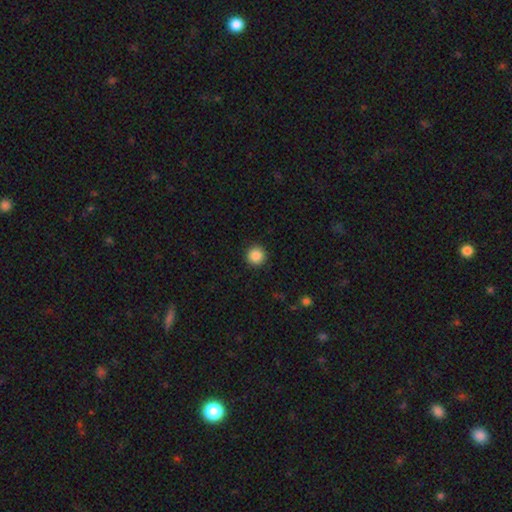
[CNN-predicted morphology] Smooth or featured?
  - smooth: 87% *
  - star or artifact: 9%
  - featured or disk: 3%
How rounded?
  - round: 96% *
  - in between: 3%
  - cigar-shaped: 1%
Merging?
  - none: 93% *
  - minor disturbance: 5%
  - major disturbance: 2%
  - merger: 1%